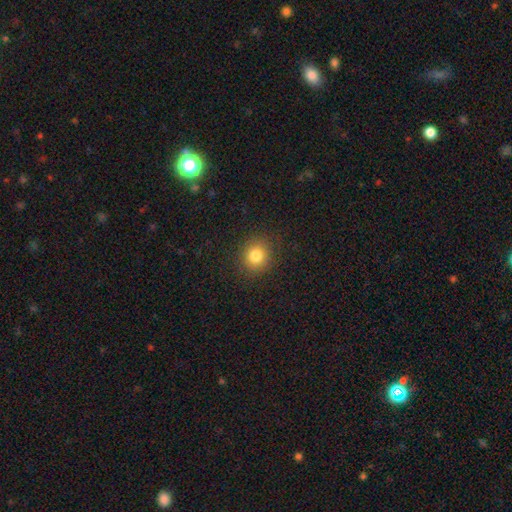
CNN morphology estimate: This appears to be a smooth galaxy with no disk features (81%) that is round (82%). Merging: none (88%).